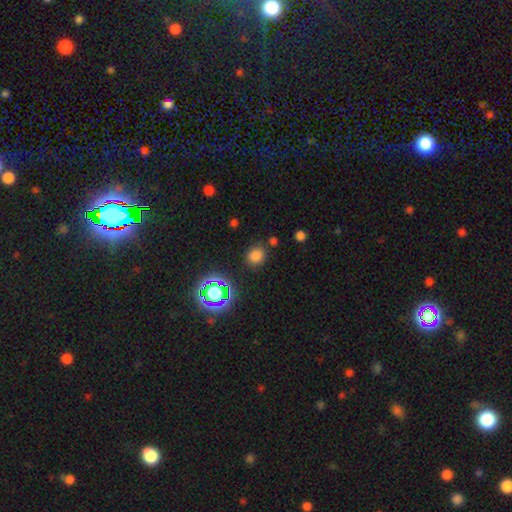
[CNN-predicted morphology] smooth 72%, star or artifact 22%, featured or disk 6%. Down the decision tree: how rounded — round (75%); merging — none (82%).